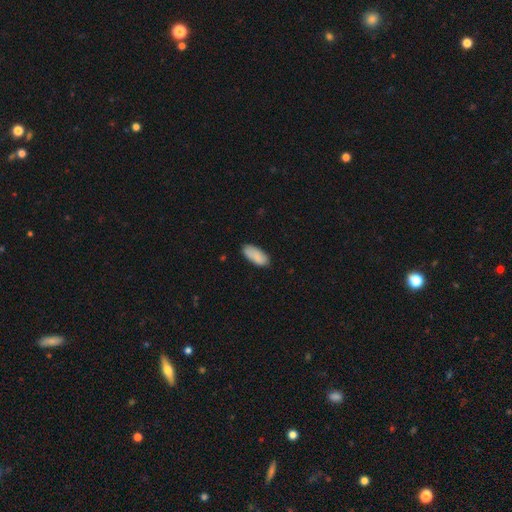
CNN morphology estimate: This appears to be a smooth galaxy with no disk features (87%) that is in between round and cigar-shaped (88%). Merging: none (79%).